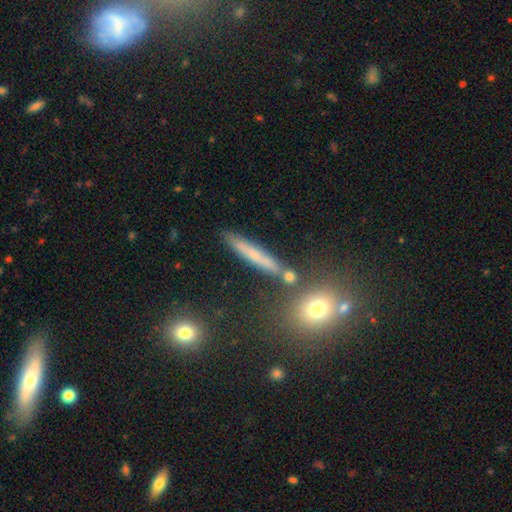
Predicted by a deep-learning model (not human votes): smooth 52%, featured or disk 36%, star or artifact 12%. Down the decision tree: how rounded — cigar-shaped (87%); merging — none (81%).